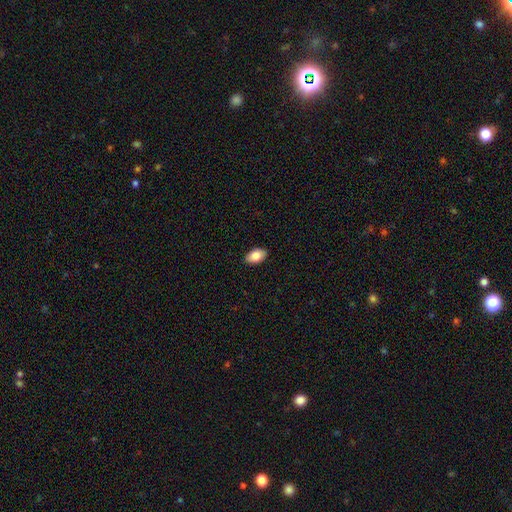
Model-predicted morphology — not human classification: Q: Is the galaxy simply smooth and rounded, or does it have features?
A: smooth — 84%.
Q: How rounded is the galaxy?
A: in between — 92%.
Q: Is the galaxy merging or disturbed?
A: none — 89%.